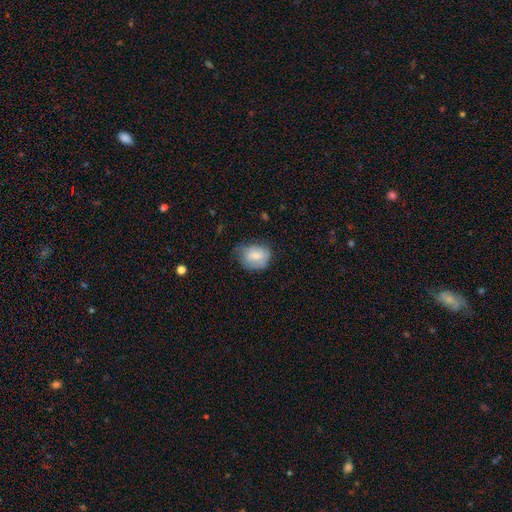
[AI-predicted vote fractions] Smooth or featured: smooth — 74% (featured or disk — 19%)
How rounded: round — 51% (in between — 48%)
Merging: none — 54% (minor disturbance — 34%)